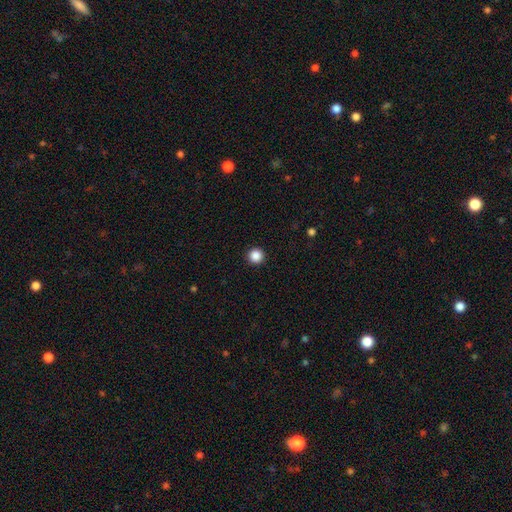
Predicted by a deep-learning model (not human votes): A smooth galaxy with no disk features (87%) that is round (96%). Merging: none (94%).